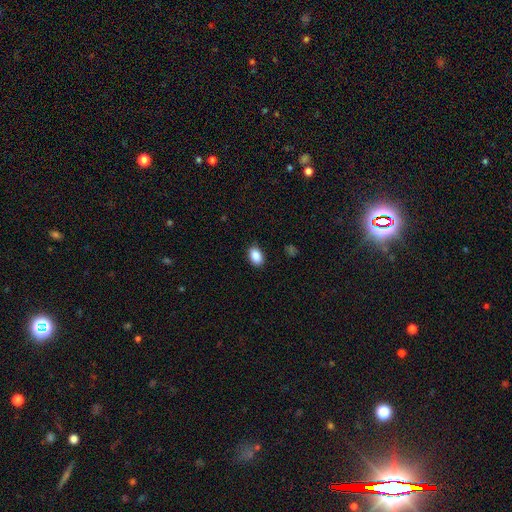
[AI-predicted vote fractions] The model was most divided on "how rounded": in between: 86%, round: 12%, cigar-shaped: 1%. More confident: smooth or featured — smooth (88%); merging — none (88%).